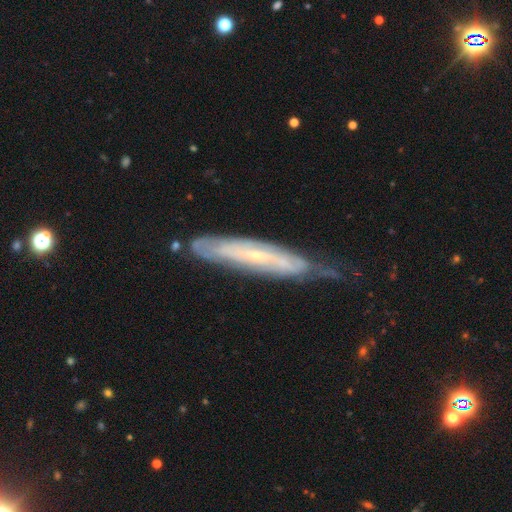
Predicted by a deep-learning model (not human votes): featured or disk 75%, smooth 19%, star or artifact 7%. Down the decision tree: edge-on disk — no (55%); merging — none (55%).